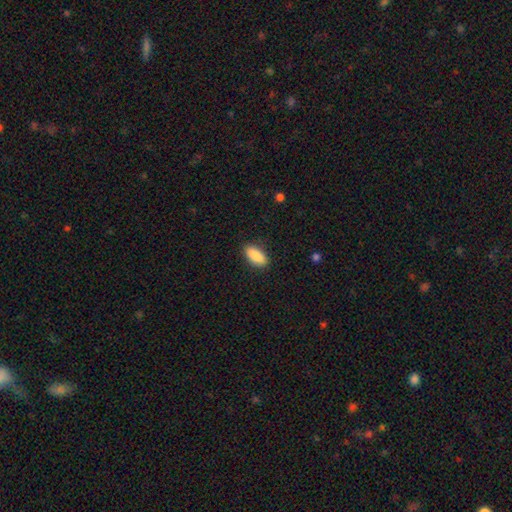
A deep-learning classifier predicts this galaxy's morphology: Smooth or featured? smooth (90%)
How rounded? in between (88%)
Merging? none (88%)